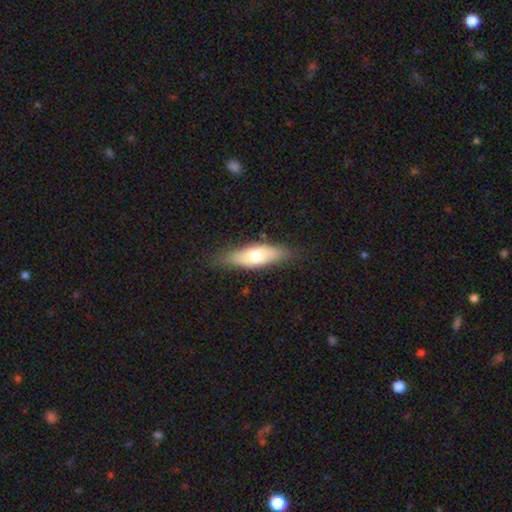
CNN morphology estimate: Smooth or featured?
  - smooth: 63% *
  - featured or disk: 31%
  - star or artifact: 6%
How rounded?
  - in between: 62% *
  - cigar-shaped: 36%
  - round: 2%
Merging?
  - none: 77% *
  - minor disturbance: 18%
  - major disturbance: 4%
  - merger: 1%